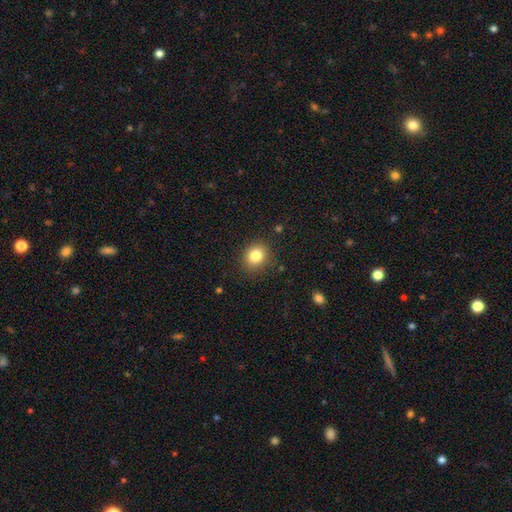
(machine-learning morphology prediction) Smooth or featured? Predicted: smooth (p=0.82). How rounded? Predicted: round (p=0.77). Merging? Predicted: none (p=0.87).